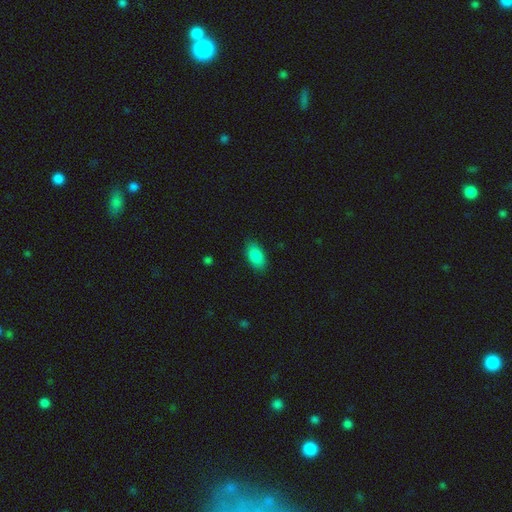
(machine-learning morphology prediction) A smooth galaxy with no disk features (88%) that is in between round and cigar-shaped (92%).

Vote fractions:
- Smooth or featured? smooth: 88% / star or artifact: 7% / featured or disk: 5%
- How rounded? in between: 92% / round: 4% / cigar-shaped: 4%
- Merging? none: 86% / minor disturbance: 10% / major disturbance: 3% / merger: 1%